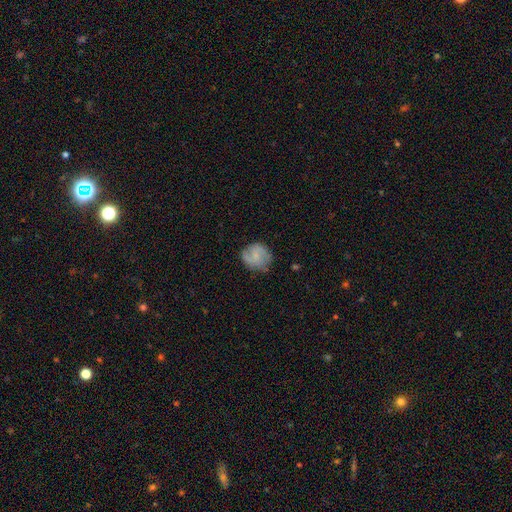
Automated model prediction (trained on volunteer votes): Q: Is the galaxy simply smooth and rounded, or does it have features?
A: smooth — 49%.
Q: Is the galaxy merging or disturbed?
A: none — 68%.